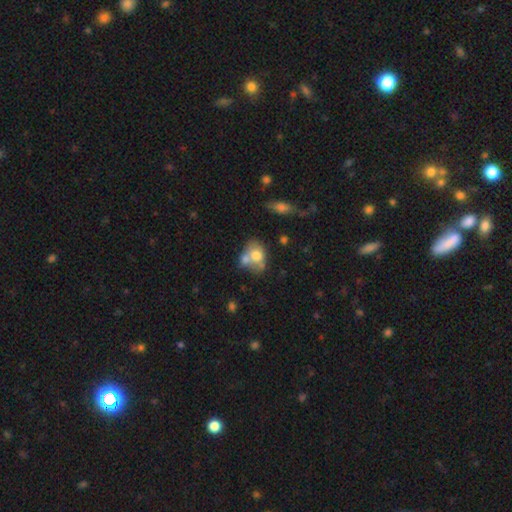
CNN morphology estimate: Smooth or featured? Predicted: smooth (p=0.65). How rounded? Predicted: in between (p=0.57). Merging? Predicted: merger (p=0.51).